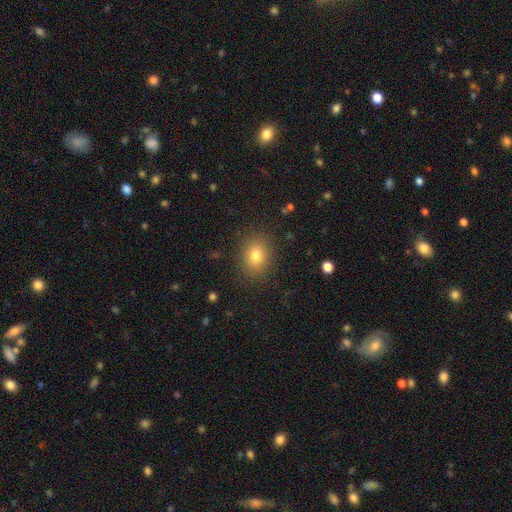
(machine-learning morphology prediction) type=smooth (79%); roundness=round (55%); merging=none (87%).